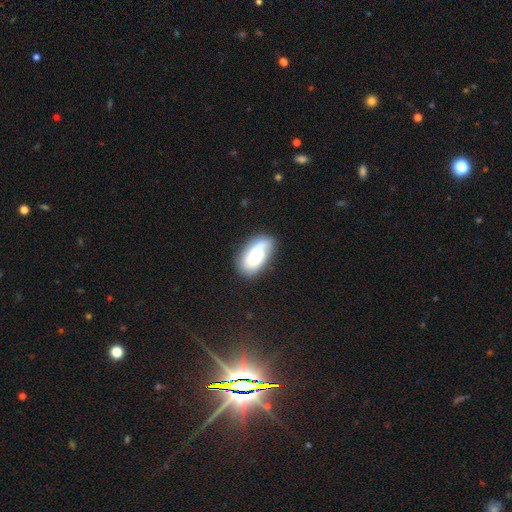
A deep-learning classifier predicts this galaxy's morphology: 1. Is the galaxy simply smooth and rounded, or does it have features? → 61% smooth, 31% featured or disk, 8% star or artifact.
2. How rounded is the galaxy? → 93% in between, 4% round, 3% cigar-shaped.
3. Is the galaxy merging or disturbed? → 65% none, 22% minor disturbance, 8% major disturbance, 5% merger.